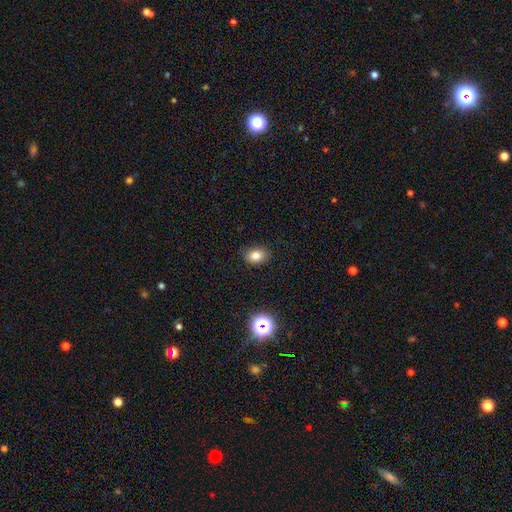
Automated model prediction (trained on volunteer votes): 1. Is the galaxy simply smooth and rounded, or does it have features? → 81% smooth, 12% star or artifact, 7% featured or disk.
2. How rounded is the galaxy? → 74% in between, 25% round, 1% cigar-shaped.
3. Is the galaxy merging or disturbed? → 84% none, 12% minor disturbance, 3% major disturbance, 1% merger.